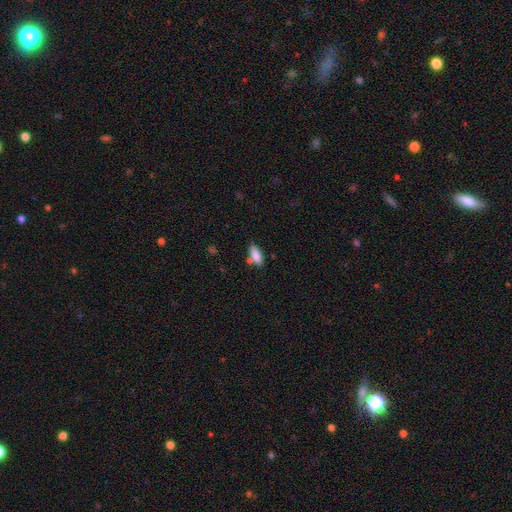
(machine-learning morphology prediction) A smooth galaxy with no disk features (85%) that is in between round and cigar-shaped (85%). Merging: none (66%).